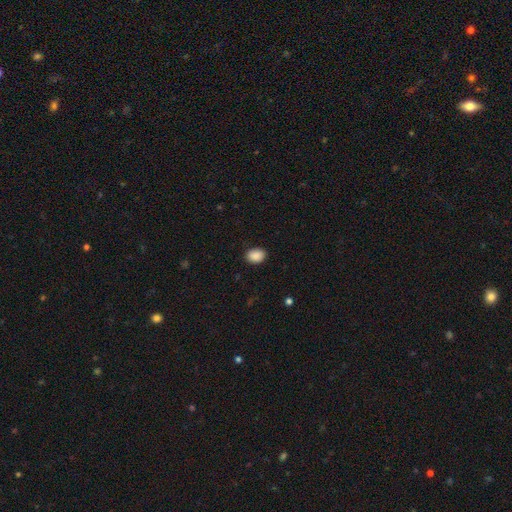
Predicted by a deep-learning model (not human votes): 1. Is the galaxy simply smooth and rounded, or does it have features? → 89% smooth, 8% star or artifact, 3% featured or disk.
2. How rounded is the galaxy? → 65% in between, 34% round, 1% cigar-shaped.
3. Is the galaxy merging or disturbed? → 89% none, 8% minor disturbance, 2% major disturbance, 1% merger.